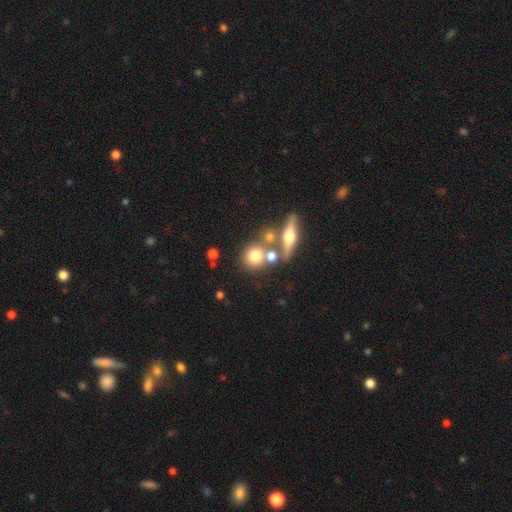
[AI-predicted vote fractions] smooth-or-featured: smooth: 64% | featured or disk: 24% | star or artifact: 12%
  how-rounded: round: 77% | in between: 19% | cigar-shaped: 4%
  merging: none: 53% | merger: 33% | minor disturbance: 10% | major disturbance: 5%